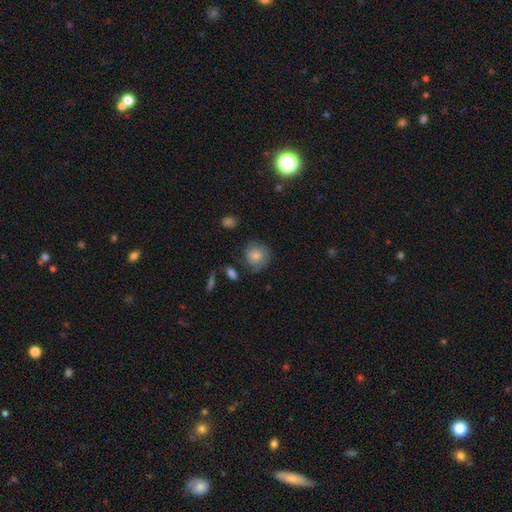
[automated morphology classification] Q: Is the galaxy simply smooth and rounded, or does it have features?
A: smooth — 71%.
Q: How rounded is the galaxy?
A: round — 86%.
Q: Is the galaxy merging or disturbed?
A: none — 70%.